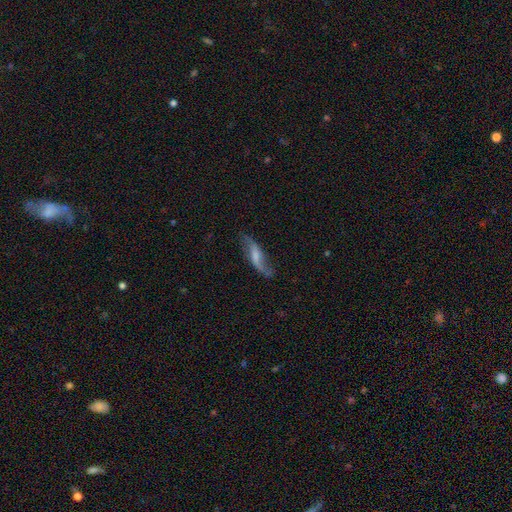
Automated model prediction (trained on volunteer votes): smooth_or_featured: featured or disk (p=0.70) [alt: smooth p=0.23]
disk_edge_on: no (p=0.84) [alt: yes p=0.16]
bar: weak (p=0.46) [alt: no p=0.28]
has_spiral_arms: yes (p=0.91) [alt: no p=0.09]
spiral_winding: loose (p=0.83) [alt: medium p=0.13]
spiral_arm_count: 2 (p=0.87) [alt: 1 p=0.06]
bulge_size: small (p=0.32) [alt: none p=0.31]
merging: none (p=0.68) [alt: minor disturbance p=0.21]